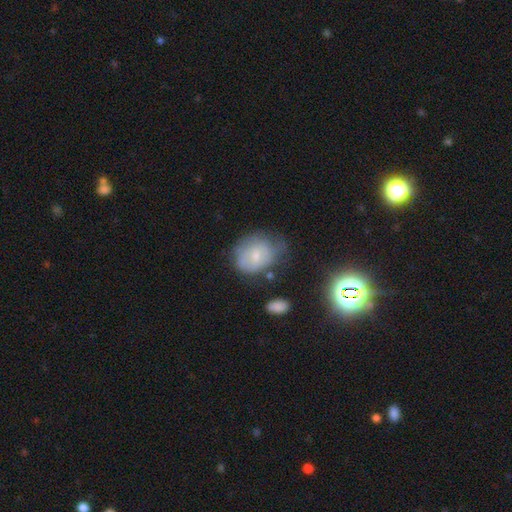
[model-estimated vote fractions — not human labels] Morphology: type=smooth (56%); roundness=in between (57%); merging=none (45%).